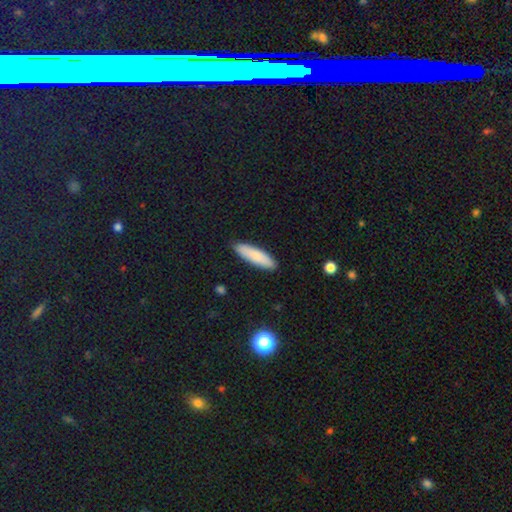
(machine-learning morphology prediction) Smooth or featured: smooth — 81% (featured or disk — 13%)
How rounded: cigar-shaped — 62% (in between — 36%)
Merging: none — 89% (minor disturbance — 8%)